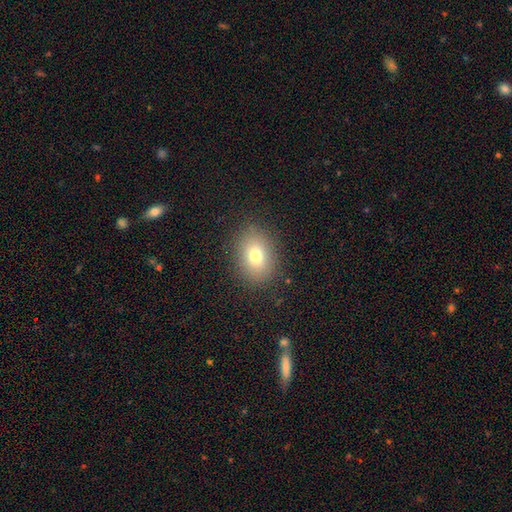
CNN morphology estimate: smooth_or_featured: smooth (p=0.76) [alt: featured or disk p=0.12]
how_rounded: in between (p=0.67) [alt: round p=0.32]
merging: none (p=0.86) [alt: minor disturbance p=0.09]